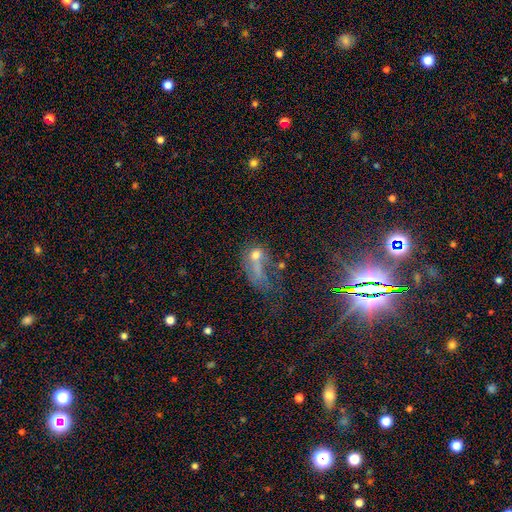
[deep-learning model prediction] This appears to be a star or artifact, not a galaxy (43%).